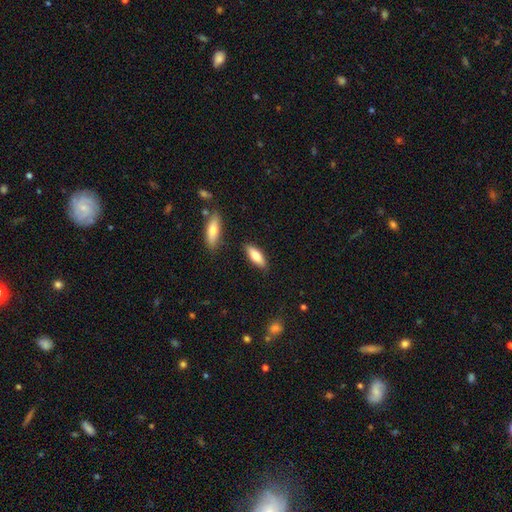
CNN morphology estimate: smooth_or_featured: smooth (p=0.75) [alt: featured or disk p=0.19]
how_rounded: in between (p=0.59) [alt: cigar-shaped p=0.39]
merging: none (p=0.83) [alt: minor disturbance p=0.11]